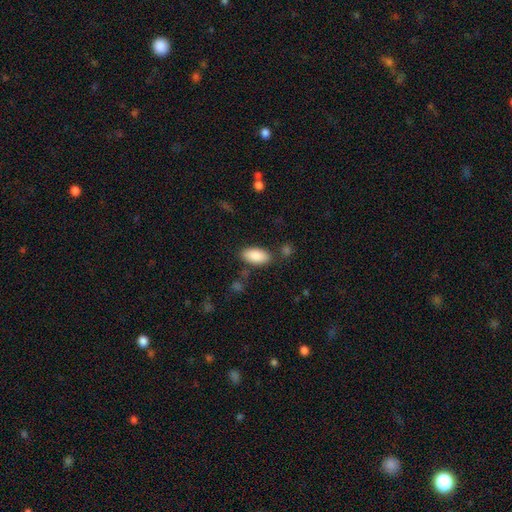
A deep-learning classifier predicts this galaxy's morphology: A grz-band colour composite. It shows a smooth galaxy with no disk features (88%) that is in between round and cigar-shaped (92%). Merging: none (80%).